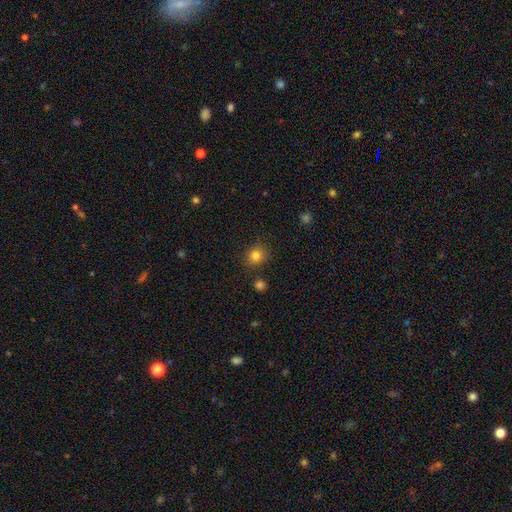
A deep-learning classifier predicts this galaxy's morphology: This is clearly a smooth galaxy (81%). How rounded: clearly round (83%). Merging: clearly none (85%).